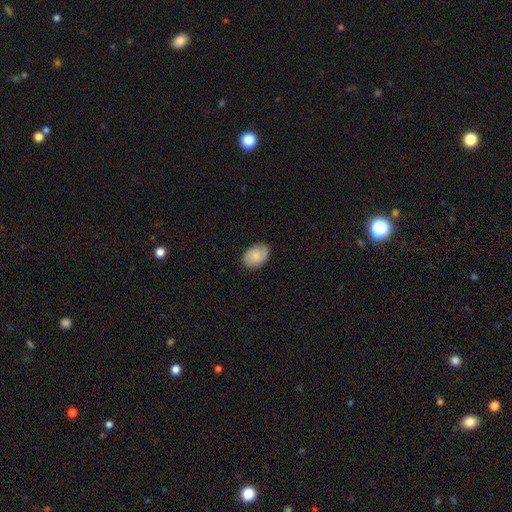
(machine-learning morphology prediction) The model was most divided on "smooth or featured": smooth: 64%, featured or disk: 29%, star or artifact: 7%. More confident: how rounded — in between (83%); merging — none (83%).